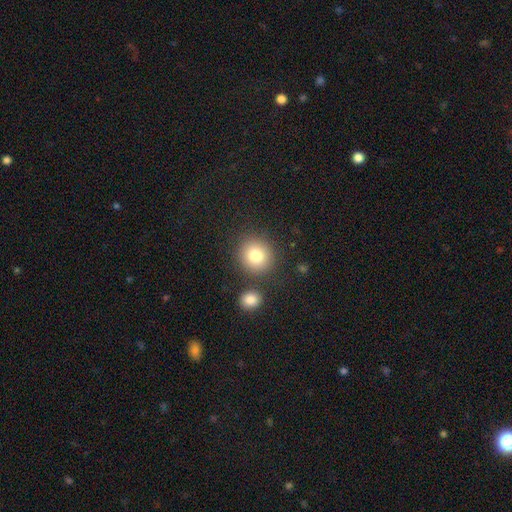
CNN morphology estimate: Smooth or featured: smooth — 81% (star or artifact — 11%)
How rounded: round — 86% (in between — 13%)
Merging: none — 79% (merger — 9%)